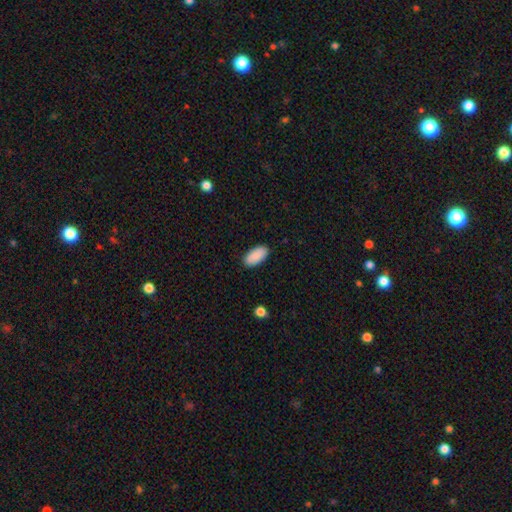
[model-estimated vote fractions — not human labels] smooth-or-featured: smooth: 90% | star or artifact: 6% | featured or disk: 4%
  how-rounded: in between: 94% | cigar-shaped: 4% | round: 2%
  merging: none: 89% | minor disturbance: 8% | major disturbance: 2% | merger: 1%